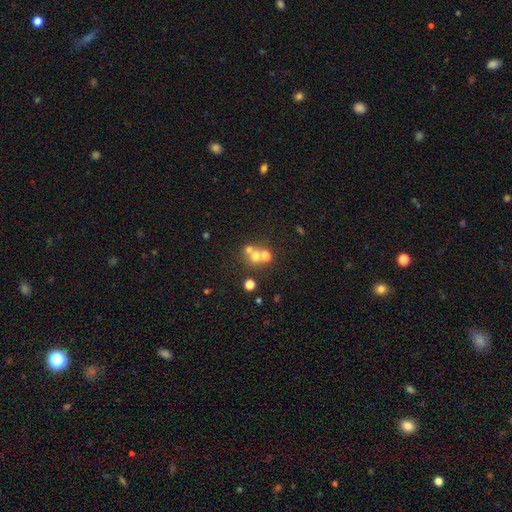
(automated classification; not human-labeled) smooth_or_featured: smooth (p=0.56) [alt: featured or disk p=0.22]
how_rounded: round (p=0.82) [alt: in between p=0.17]
merging: merger (p=0.48) [alt: none p=0.40]